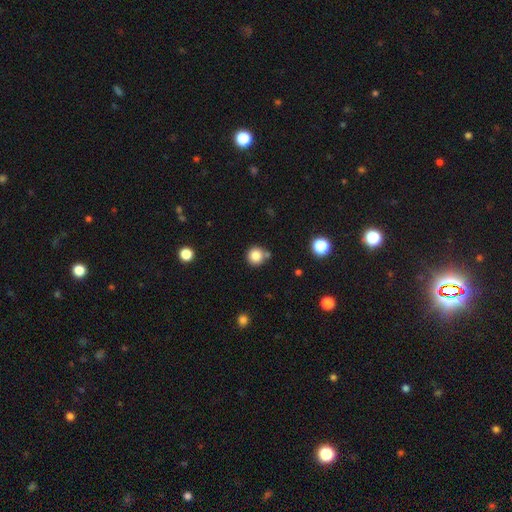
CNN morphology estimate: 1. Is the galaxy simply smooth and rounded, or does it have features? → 84% smooth, 11% star or artifact, 5% featured or disk.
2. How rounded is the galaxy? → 94% round, 5% in between, 1% cigar-shaped.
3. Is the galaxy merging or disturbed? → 76% none, 12% merger, 10% minor disturbance, 3% major disturbance.